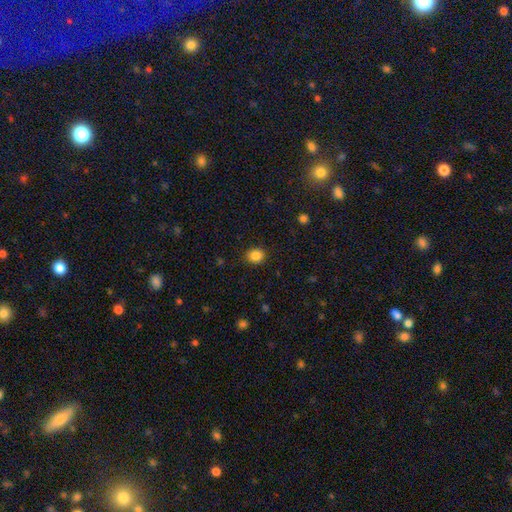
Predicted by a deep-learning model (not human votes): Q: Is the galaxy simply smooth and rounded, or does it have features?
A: smooth — 86%.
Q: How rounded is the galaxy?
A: round — 70%.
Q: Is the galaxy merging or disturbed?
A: none — 88%.